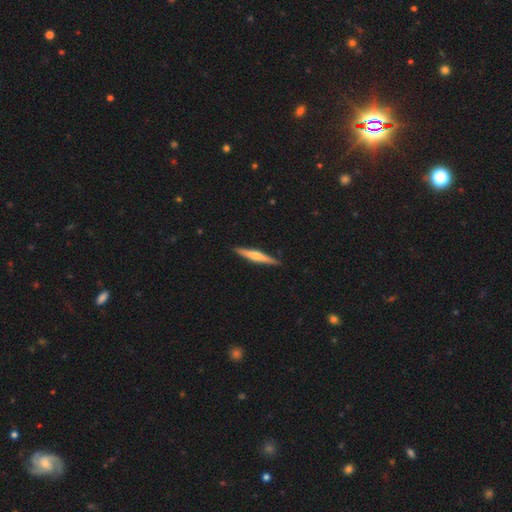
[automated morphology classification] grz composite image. It shows a featured or disk galaxy (57%) viewed edge-on (97%) with a rounded central bulge (78%). Merging: none (91%).